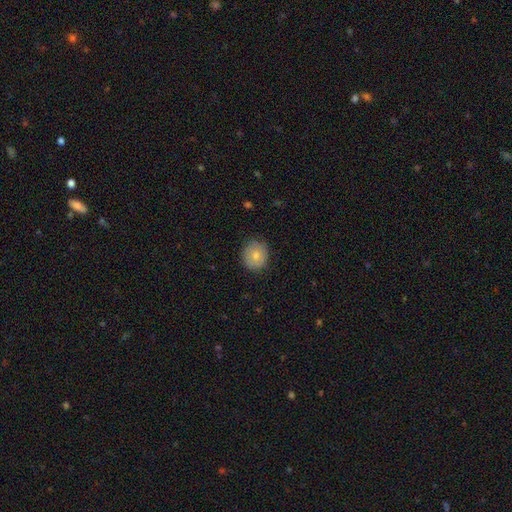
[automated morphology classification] Smooth or featured: smooth — 78% (featured or disk — 15%)
How rounded: round — 83% (in between — 16%)
Merging: none — 83% (minor disturbance — 14%)